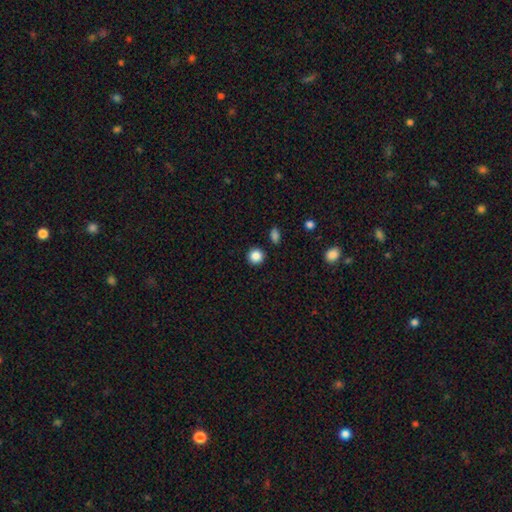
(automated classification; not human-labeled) Smooth or featured? Predicted: smooth (p=0.86). How rounded? Predicted: round (p=0.93). Merging? Predicted: none (p=0.90).